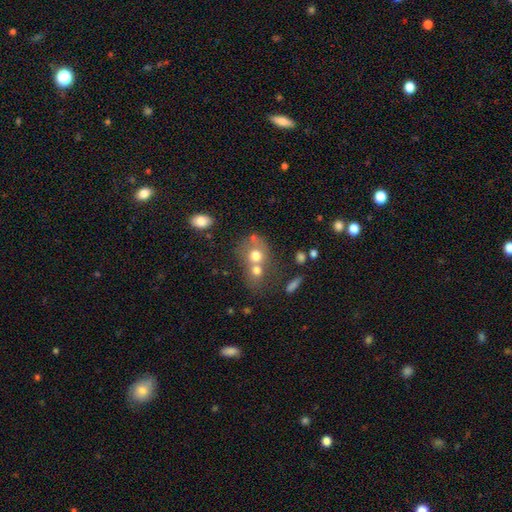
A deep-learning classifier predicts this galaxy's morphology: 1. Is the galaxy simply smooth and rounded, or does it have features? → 66% smooth, 22% featured or disk, 12% star or artifact.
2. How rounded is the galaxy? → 67% round, 31% in between, 1% cigar-shaped.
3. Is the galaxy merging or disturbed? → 62% merger, 24% none, 7% minor disturbance, 6% major disturbance.